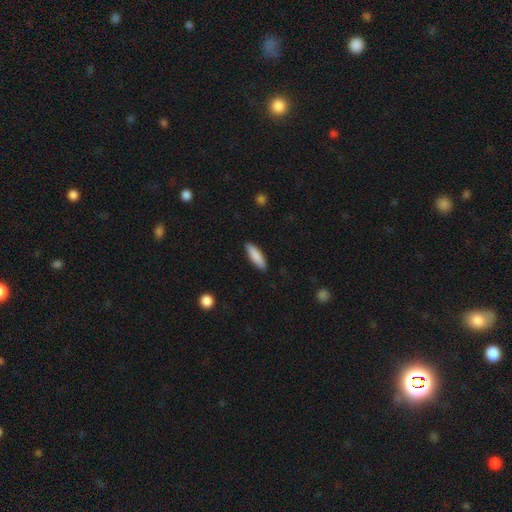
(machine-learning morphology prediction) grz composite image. It shows a smooth galaxy with no disk features (87%) that is cigar-shaped (56%). Merging: none (89%).